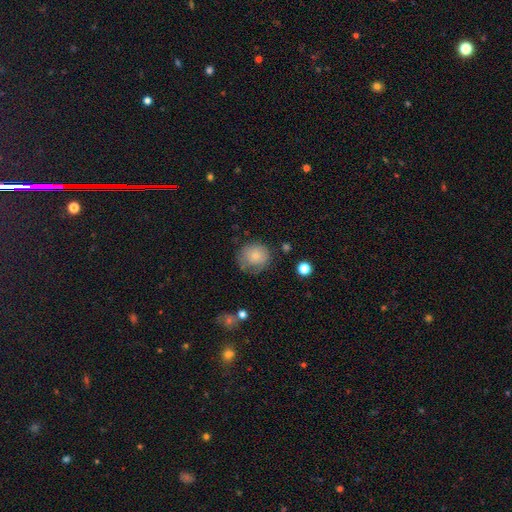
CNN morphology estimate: A smooth galaxy with no disk features (77%) that is round (83%). Merging: none (65%).